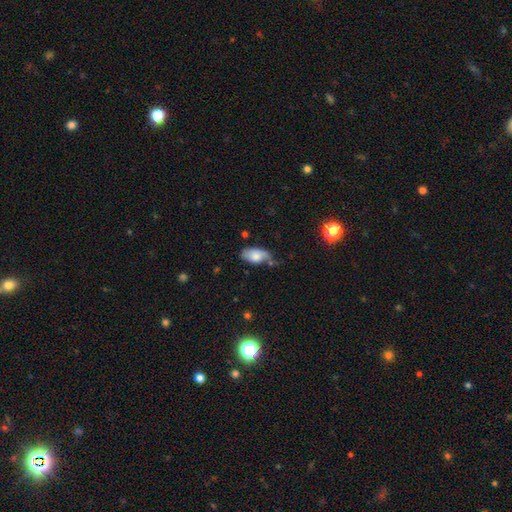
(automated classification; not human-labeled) Smooth or featured?
  - smooth: 75% *
  - featured or disk: 18%
  - star or artifact: 8%
How rounded?
  - in between: 93% *
  - round: 4%
  - cigar-shaped: 3%
Merging?
  - none: 49% *
  - minor disturbance: 35%
  - major disturbance: 9%
  - merger: 7%